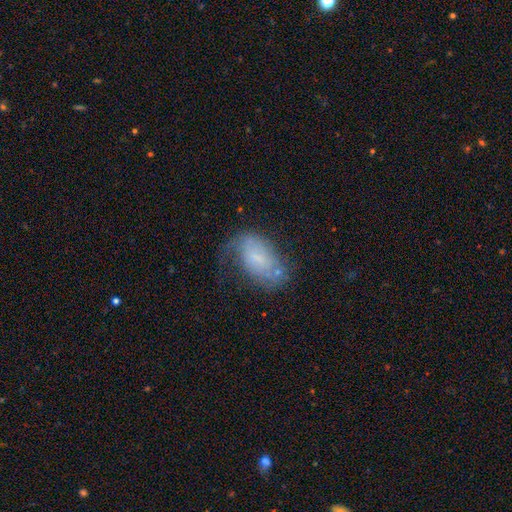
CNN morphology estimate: Smooth or featured: featured or disk — 46% (smooth — 40%)
Merging: none — 51% (minor disturbance — 27%)